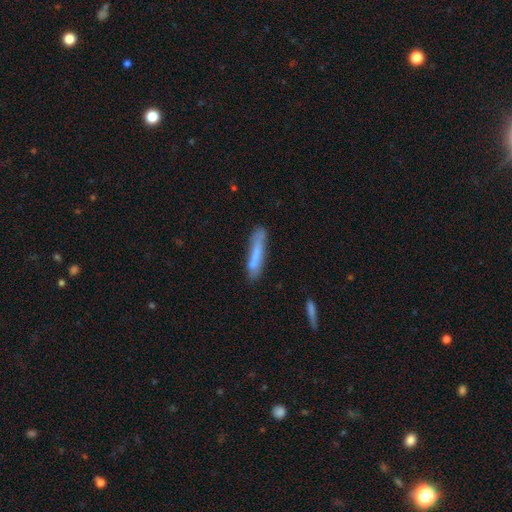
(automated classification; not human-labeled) A smooth galaxy with no disk features (62%) that is cigar-shaped (89%).

Vote fractions:
- Smooth or featured? smooth: 62% / featured or disk: 30% / star or artifact: 7%
- How rounded? cigar-shaped: 89% / in between: 9% / round: 1%
- Merging? none: 64% / minor disturbance: 20% / merger: 10% / major disturbance: 6%